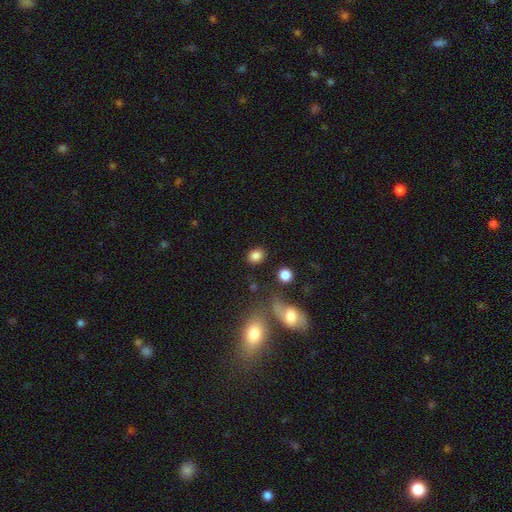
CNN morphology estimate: Smooth or featured? smooth (84%)
How rounded? round (53%)
Merging? none (82%)